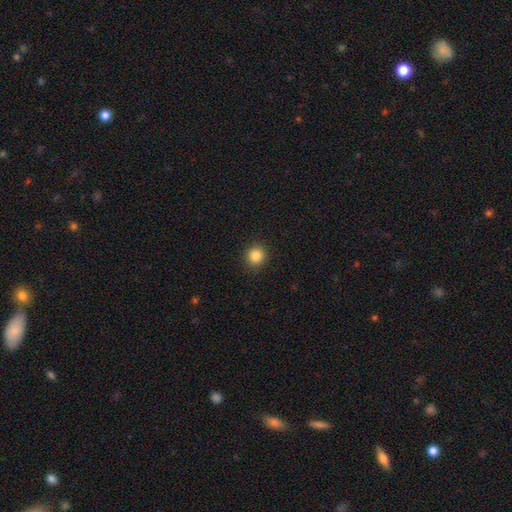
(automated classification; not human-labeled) The model was most divided on "smooth or featured": smooth: 85%, star or artifact: 11%, featured or disk: 4%. More confident: how rounded — round (91%); merging — none (91%).